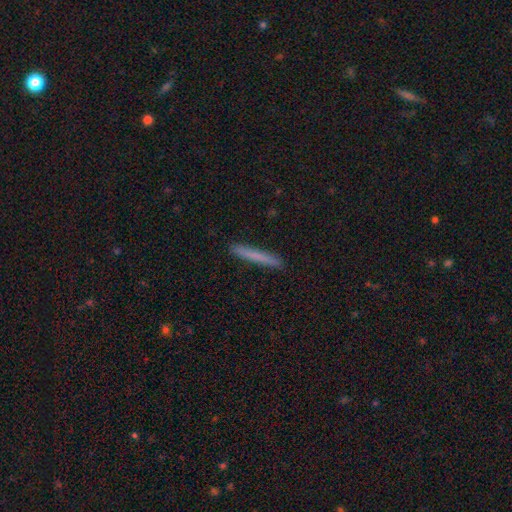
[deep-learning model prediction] Smooth or featured?
  - smooth: 74% *
  - featured or disk: 20%
  - star or artifact: 6%
How rounded?
  - cigar-shaped: 97% *
  - in between: 2%
  - round: 1%
Merging?
  - none: 92% *
  - minor disturbance: 6%
  - major disturbance: 1%
  - merger: 1%